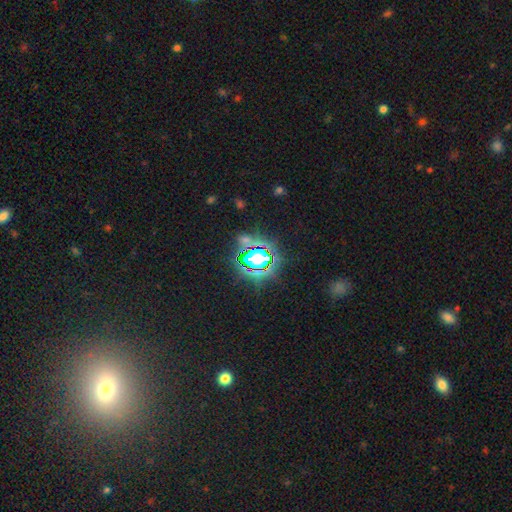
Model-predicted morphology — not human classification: Q: Smooth or featured?
A: star or artifact (74%); runner-up: smooth (17%)